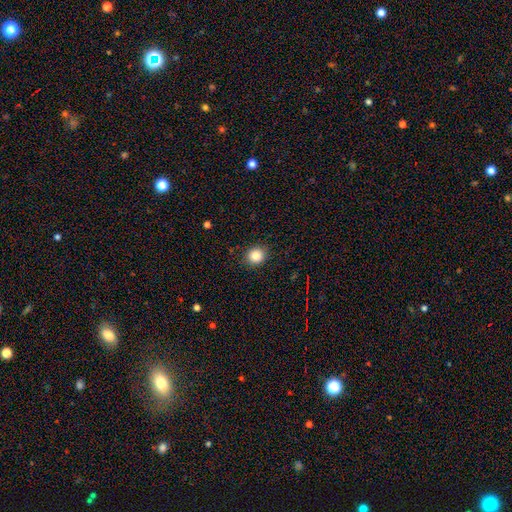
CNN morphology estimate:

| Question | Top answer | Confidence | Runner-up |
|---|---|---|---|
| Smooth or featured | smooth | 85% | star or artifact (10%) |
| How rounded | round | 82% | in between (17%) |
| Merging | none | 90% | minor disturbance (7%) |